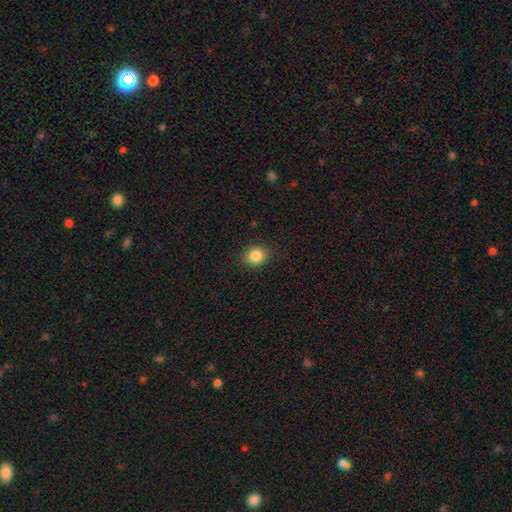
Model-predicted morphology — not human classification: Smooth or featured: smooth — 85% (star or artifact — 10%)
How rounded: round — 69% (in between — 31%)
Merging: none — 90% (minor disturbance — 7%)